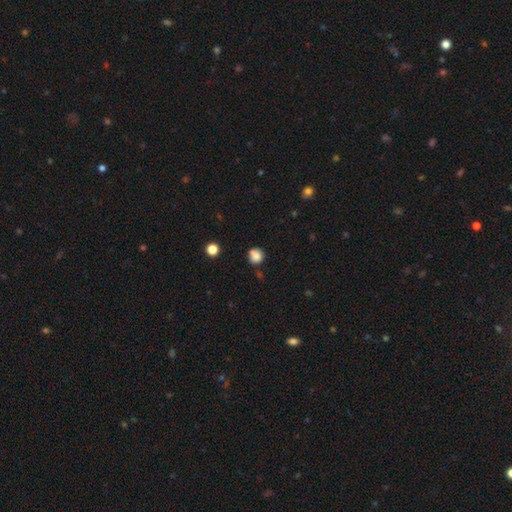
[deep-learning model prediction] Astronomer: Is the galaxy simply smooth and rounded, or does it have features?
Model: smooth — 84%.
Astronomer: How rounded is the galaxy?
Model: round — 85%.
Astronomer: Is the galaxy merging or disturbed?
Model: none — 69%.